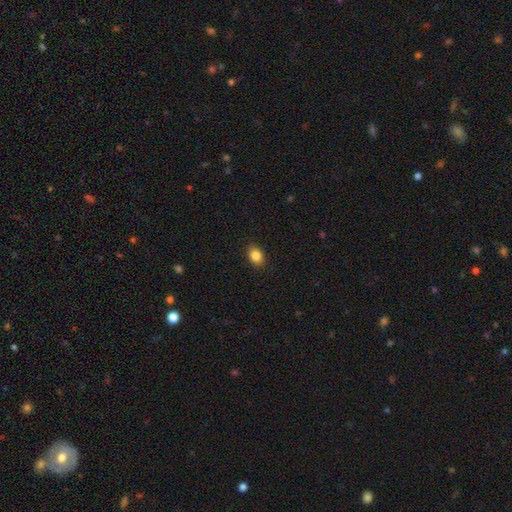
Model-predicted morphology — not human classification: Smooth or featured: smooth — 86% (star or artifact — 9%)
How rounded: in between — 69% (round — 29%)
Merging: none — 89% (minor disturbance — 8%)